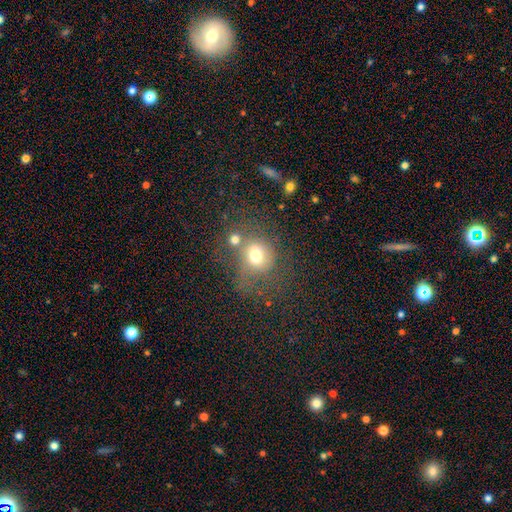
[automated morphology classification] Overall: smooth (67%). How rounded: round (74%). Merging: none (38%; merger 33%).